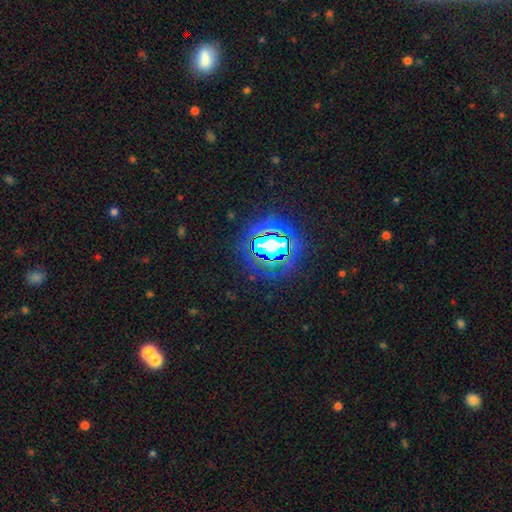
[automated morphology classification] Smooth or featured? star or artifact (80%)